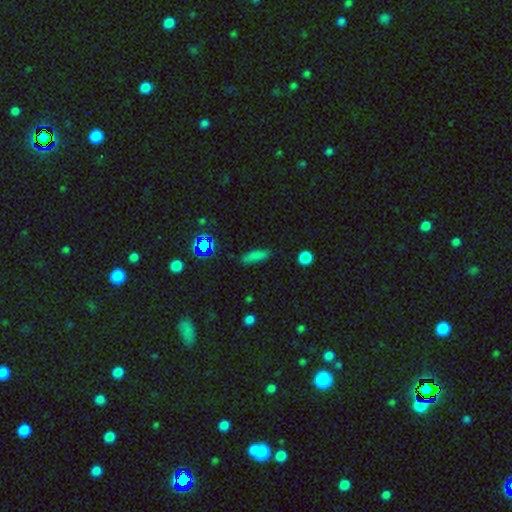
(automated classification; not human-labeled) A smooth galaxy with no disk features (76%) that is in between round and cigar-shaped (49%). Merging: none (80%).